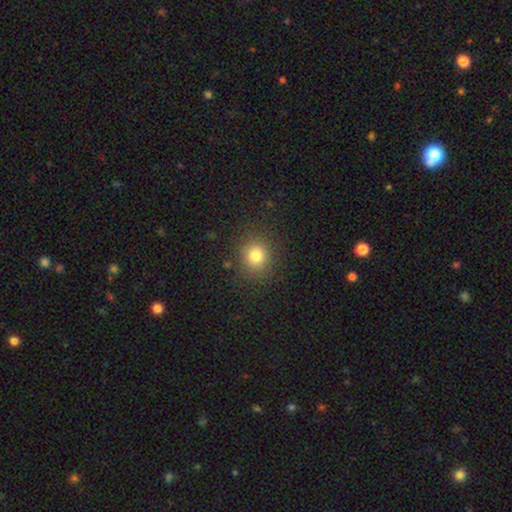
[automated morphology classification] smooth 78%, star or artifact 14%, featured or disk 7%. Down the decision tree: how rounded — round (82%); merging — none (87%).